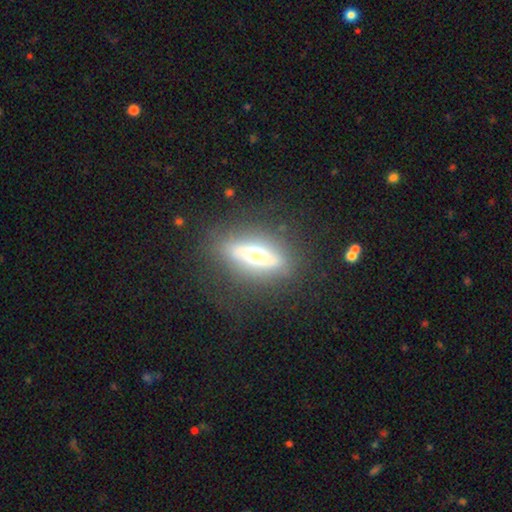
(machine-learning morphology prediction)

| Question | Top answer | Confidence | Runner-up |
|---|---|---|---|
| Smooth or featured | featured or disk | 46% | smooth (42%) |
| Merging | none | 78% | minor disturbance (13%) |